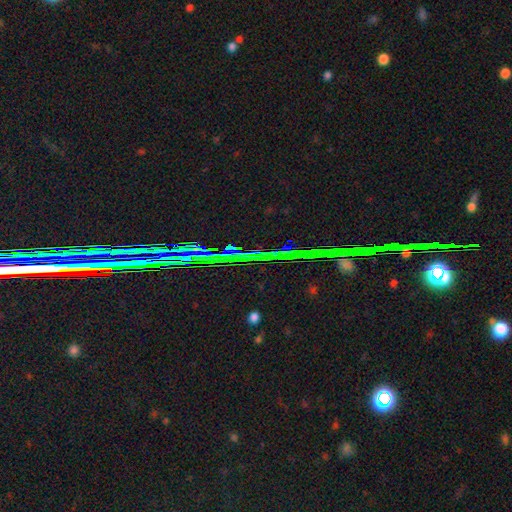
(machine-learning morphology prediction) The model was most divided on "smooth or featured": star or artifact: 84%, featured or disk: 9%, smooth: 7%.